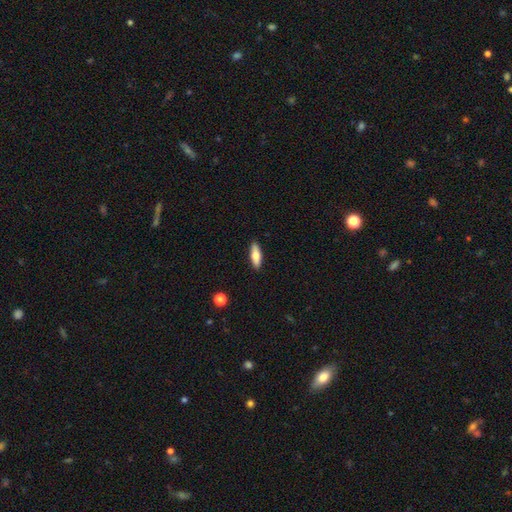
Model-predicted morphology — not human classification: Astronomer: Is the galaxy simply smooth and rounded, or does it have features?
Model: smooth — 68%.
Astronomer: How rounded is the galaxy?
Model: in between — 54% (runner-up: cigar-shaped, 44%).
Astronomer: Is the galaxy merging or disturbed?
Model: none — 90%.